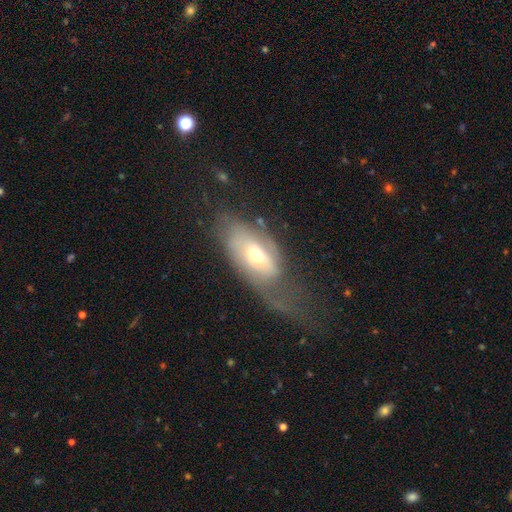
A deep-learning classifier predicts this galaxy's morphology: The model was most divided on "smooth or featured": featured or disk: 50%, smooth: 43%, star or artifact: 8%. Remaining: merging — major disturbance (43%).